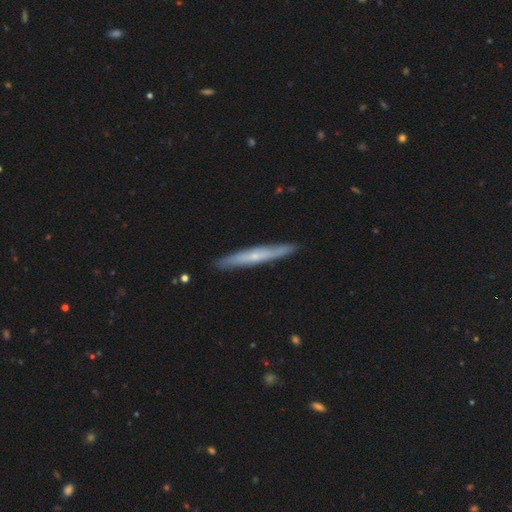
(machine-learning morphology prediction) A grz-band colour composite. It shows a featured or disk galaxy (56%) viewed edge-on (89%). Merging: none (89%).